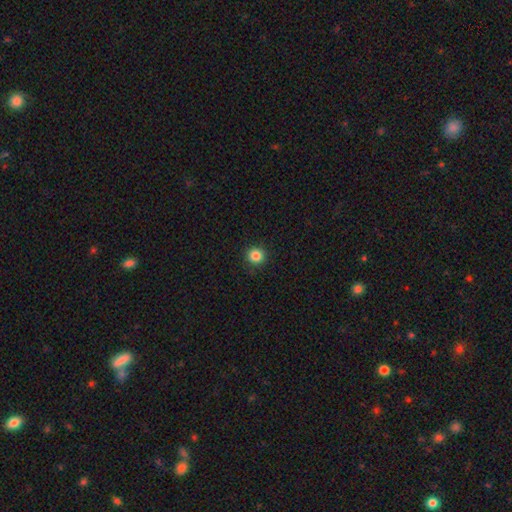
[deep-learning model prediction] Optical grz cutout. It shows a smooth galaxy with no disk features (85%) that is round (94%). Merging: none (92%).